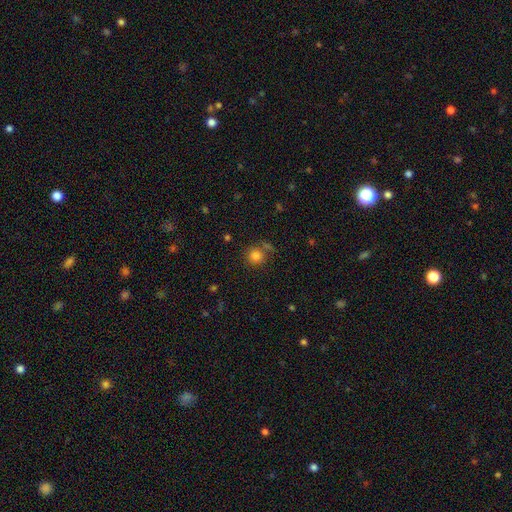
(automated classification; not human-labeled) smooth 81%, star or artifact 13%, featured or disk 6%. Down the decision tree: how rounded — round (90%); merging — none (72%).